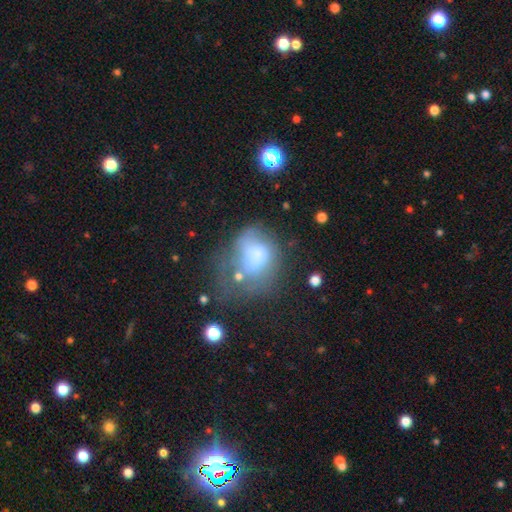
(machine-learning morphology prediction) smooth 55%, featured or disk 33%, star or artifact 12%. Down the decision tree: how rounded — in between (50%); merging — major disturbance (41%).